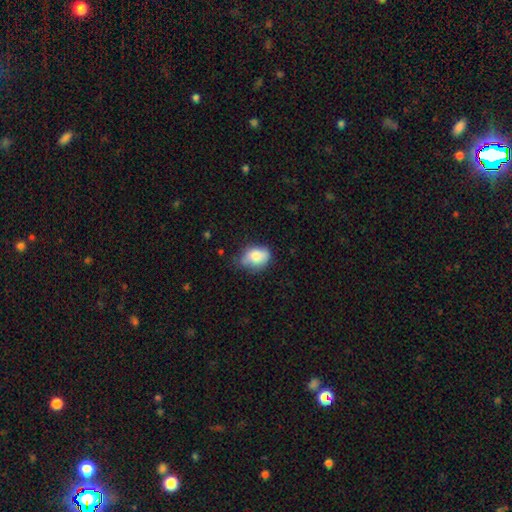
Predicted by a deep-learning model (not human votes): A smooth galaxy with no disk features (80%) that is in between round and cigar-shaped (69%).

Vote fractions:
- Smooth or featured? smooth: 80% / featured or disk: 12% / star or artifact: 8%
- How rounded? in between: 69% / round: 30% / cigar-shaped: 1%
- Merging? none: 48% / minor disturbance: 39% / major disturbance: 9% / merger: 3%